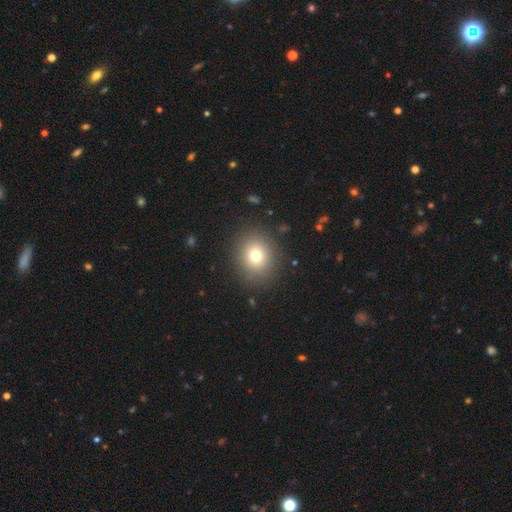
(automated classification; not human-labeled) smooth_or_featured: smooth (p=0.75) [alt: star or artifact p=0.14]
how_rounded: round (p=0.76) [alt: in between p=0.23]
merging: none (p=0.88) [alt: minor disturbance p=0.07]